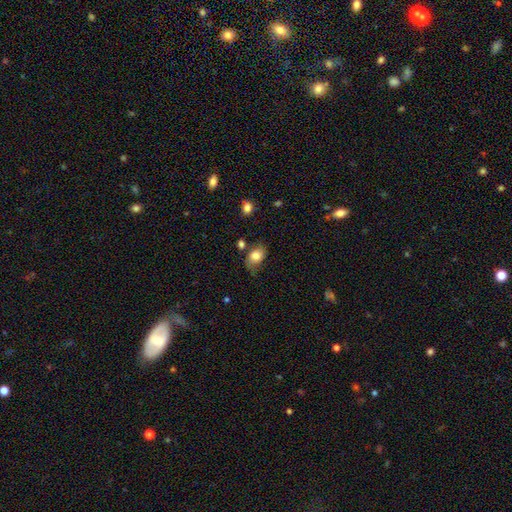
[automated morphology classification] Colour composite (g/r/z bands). It shows a smooth galaxy with no disk features (80%) that is in between round and cigar-shaped (78%). Merging: none (62%).